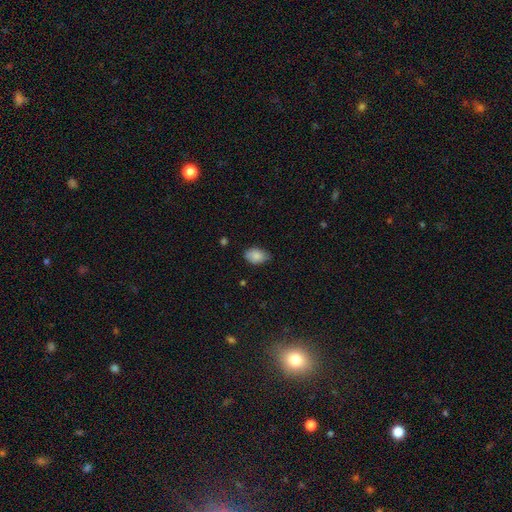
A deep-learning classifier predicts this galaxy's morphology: This is clearly a smooth galaxy (85%). How rounded: clearly in between (87%). Merging: likely none (72%).